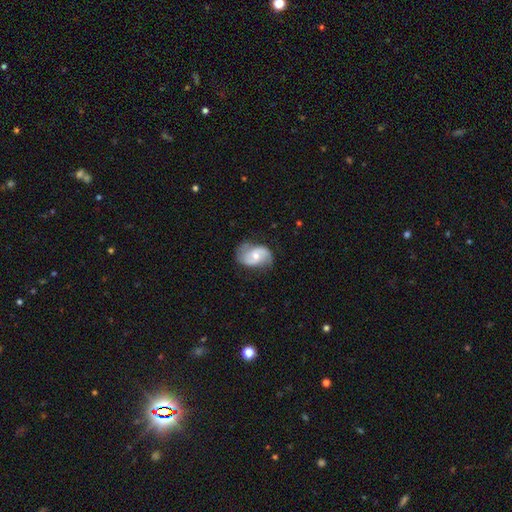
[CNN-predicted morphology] Smooth or featured: featured or disk — 74% (smooth — 21%)
Edge-on disk: no — 97% (yes — 3%)
Bar: no — 55% (weak — 35%)
Spiral arms: yes — 92% (no — 8%)
Spiral winding: medium — 43% (loose — 36%)
Spiral arm count: 2 — 87% (can't tell — 6%)
Bulge size: moderate — 57% (small — 39%)
Merging: none — 68% (minor disturbance — 23%)